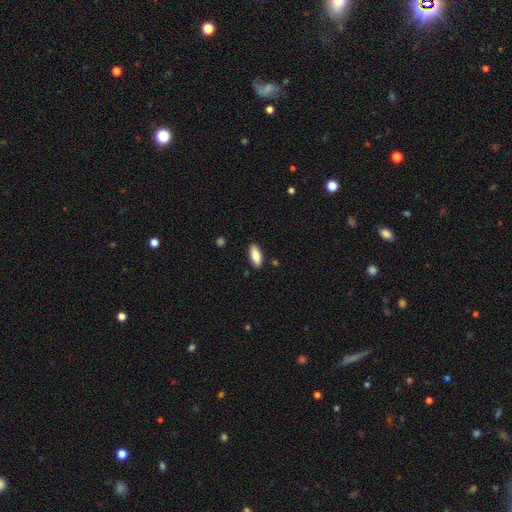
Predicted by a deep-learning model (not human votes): Smooth or featured? Predicted: smooth (p=0.85). How rounded? Predicted: in between (p=0.82). Merging? Predicted: none (p=0.88).